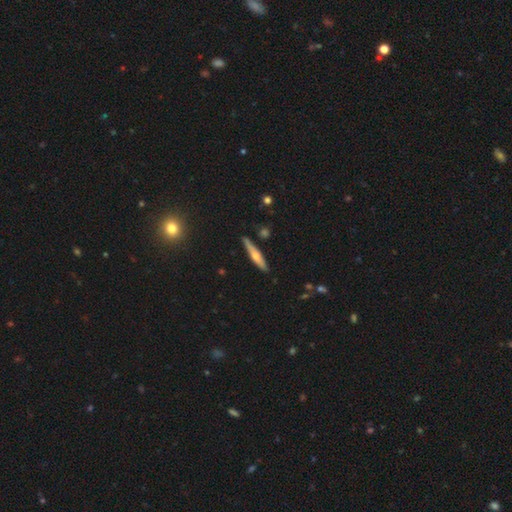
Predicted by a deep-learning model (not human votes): smooth-or-featured: featured or disk: 49% | smooth: 44% | star or artifact: 7%
  merging: none: 85% | minor disturbance: 11% | merger: 2% | major disturbance: 2%